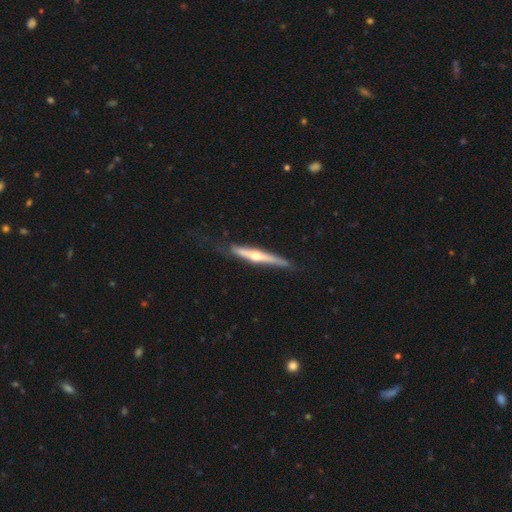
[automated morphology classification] This is likely a featured or disk galaxy (67%). It is clearly viewed edge-on (94%). Edge-on bulge: clearly rounded (89%). Merging: likely none (69%).